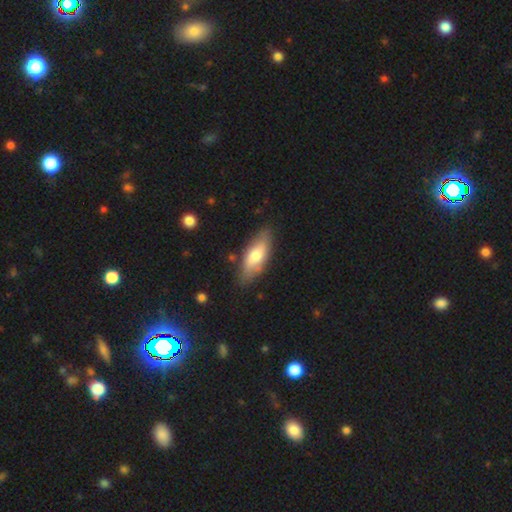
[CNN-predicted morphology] smooth 61%, featured or disk 33%, star or artifact 6%. Down the decision tree: how rounded — in between (73%); merging — none (79%).